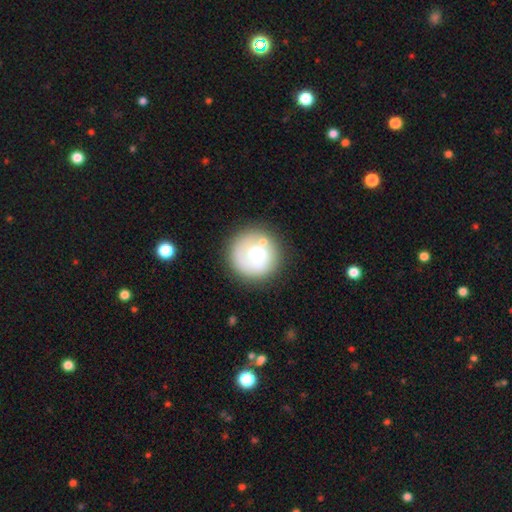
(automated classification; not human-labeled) smooth_or_featured: smooth (p=0.57) [alt: featured or disk p=0.36]
how_rounded: round (p=0.94) [alt: in between p=0.05]
merging: none (p=0.72) [alt: minor disturbance p=0.13]